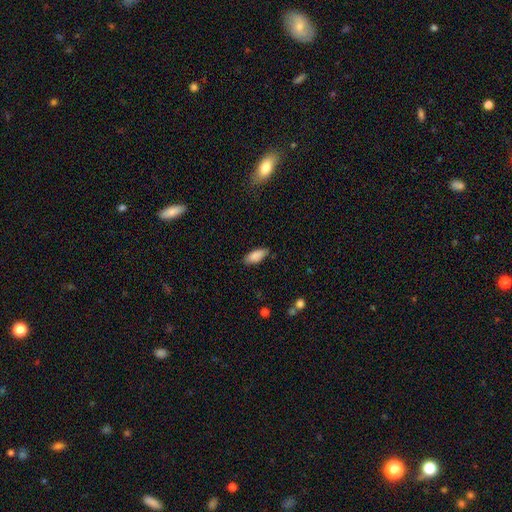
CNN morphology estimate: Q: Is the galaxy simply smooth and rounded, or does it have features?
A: smooth — 88%.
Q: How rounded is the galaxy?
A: in between — 82%.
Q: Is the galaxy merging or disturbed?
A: none — 83%.